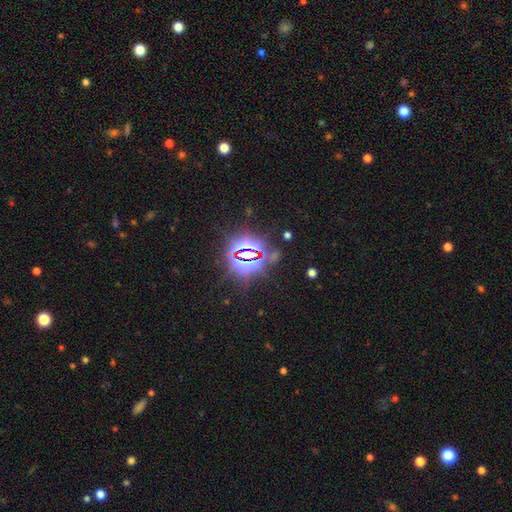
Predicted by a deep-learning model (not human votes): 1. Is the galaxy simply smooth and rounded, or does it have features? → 83% star or artifact, 9% smooth, 8% featured or disk.